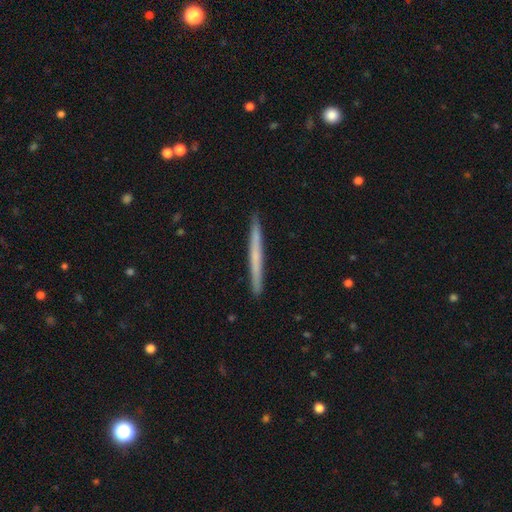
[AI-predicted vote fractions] A smooth galaxy with no disk features (51%) that is cigar-shaped (97%). Merging: none (92%).